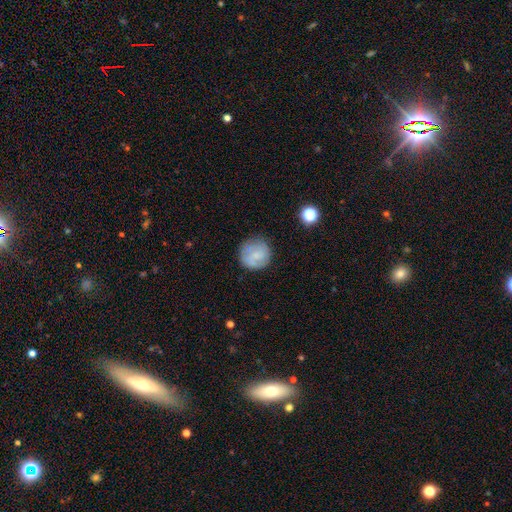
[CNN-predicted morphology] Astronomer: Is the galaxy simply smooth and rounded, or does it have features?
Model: smooth — 55% (runner-up: featured or disk, 37%).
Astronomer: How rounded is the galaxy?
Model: round — 91%.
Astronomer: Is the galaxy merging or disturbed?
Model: none — 76%.